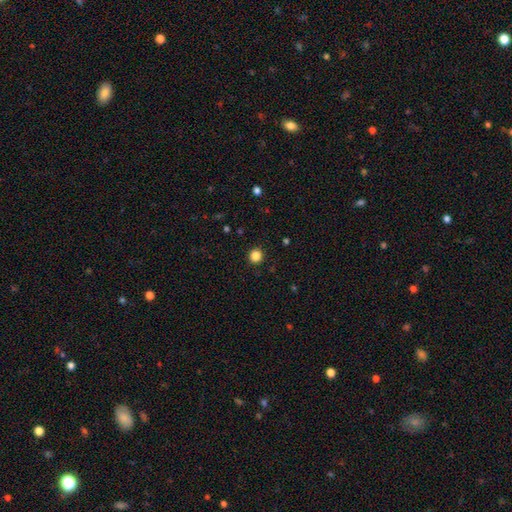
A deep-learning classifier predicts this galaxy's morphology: type=smooth (85%); roundness=round (93%); merging=none (92%).